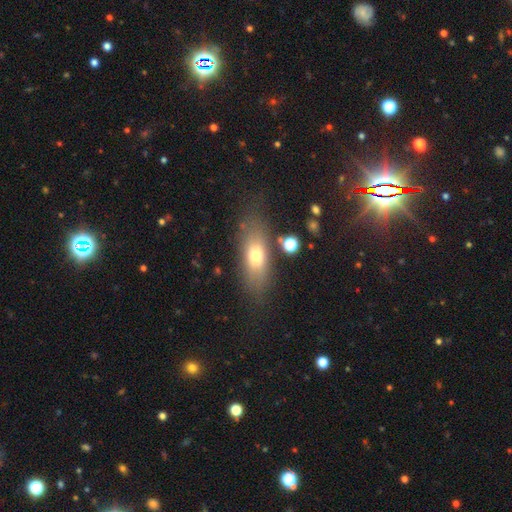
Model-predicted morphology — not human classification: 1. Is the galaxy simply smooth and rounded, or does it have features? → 65% smooth, 25% featured or disk, 10% star or artifact.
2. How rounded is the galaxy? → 68% in between, 27% cigar-shaped, 5% round.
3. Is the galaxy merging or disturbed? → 73% none, 16% minor disturbance, 7% major disturbance, 4% merger.